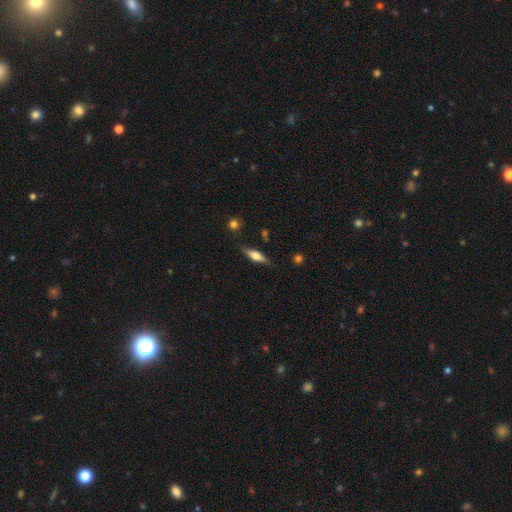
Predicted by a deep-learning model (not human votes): Q: Smooth or featured?
A: featured or disk (48%); runner-up: smooth (45%)
Q: Merging?
A: none (80%); runner-up: minor disturbance (15%)